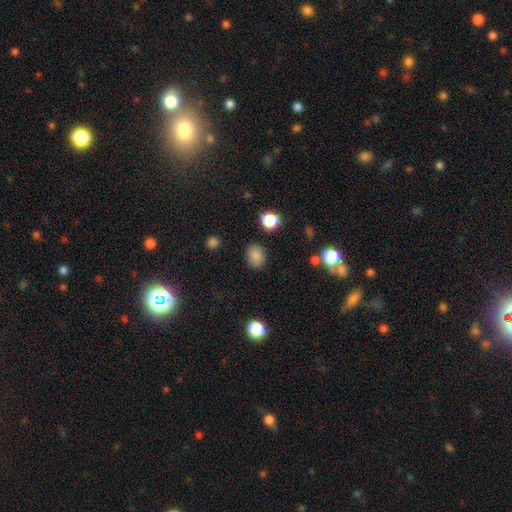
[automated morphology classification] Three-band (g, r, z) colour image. It shows a smooth galaxy with no disk features (85%) that is round (50%). Merging: none (85%).